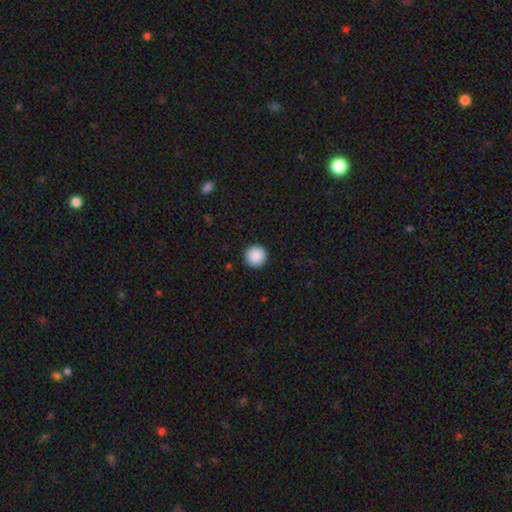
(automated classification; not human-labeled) Smooth or featured?
  - smooth: 89% *
  - star or artifact: 8%
  - featured or disk: 2%
How rounded?
  - round: 96% *
  - in between: 3%
  - cigar-shaped: 1%
Merging?
  - none: 93% *
  - minor disturbance: 4%
  - major disturbance: 2%
  - merger: 1%